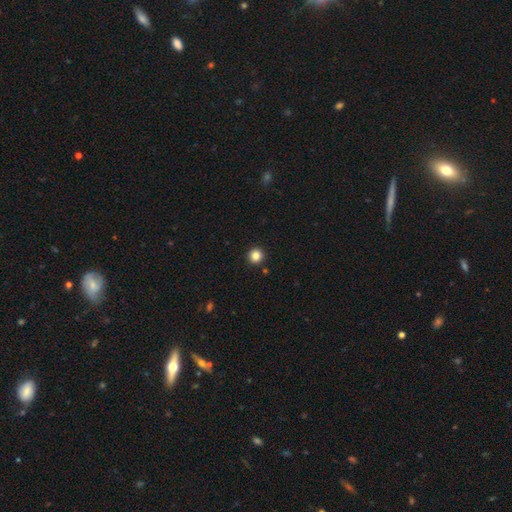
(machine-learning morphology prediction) Q: Smooth or featured?
A: smooth (85%); runner-up: star or artifact (12%)
Q: How rounded?
A: round (95%); runner-up: in between (4%)
Q: Merging?
A: none (93%); runner-up: minor disturbance (4%)